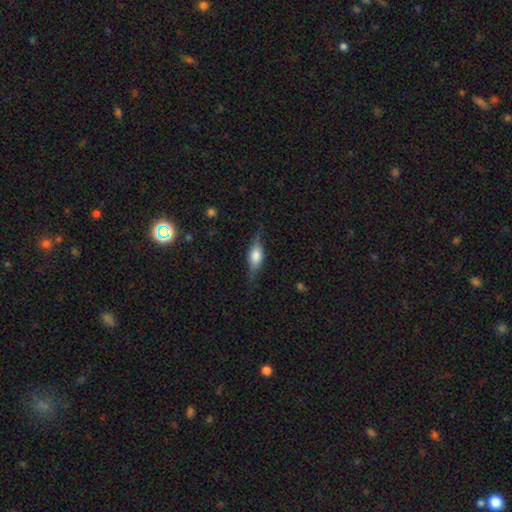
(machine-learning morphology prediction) Smooth or featured?
  - featured or disk: 48% *
  - smooth: 45%
  - star or artifact: 7%
Merging?
  - none: 74% *
  - minor disturbance: 18%
  - major disturbance: 6%
  - merger: 1%